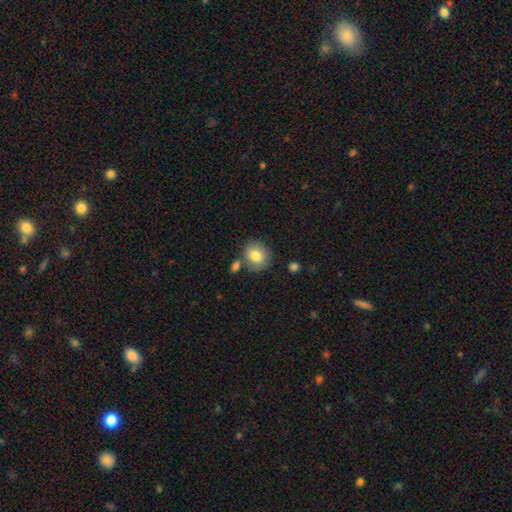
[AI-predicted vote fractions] The model was most divided on "how rounded": round: 78%, in between: 21%, cigar-shaped: 1%. More confident: smooth or featured — smooth (82%); merging — none (71%).